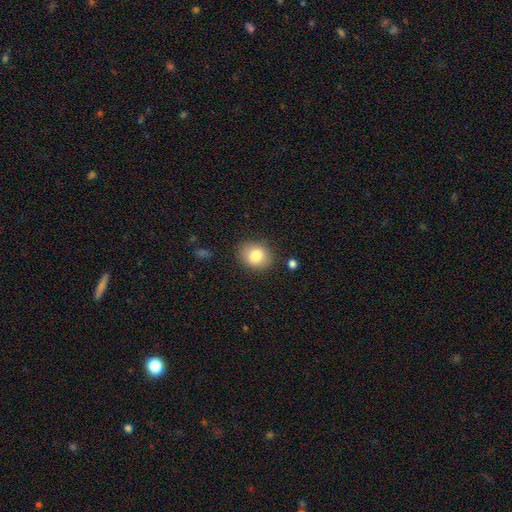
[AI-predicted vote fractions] smooth_or_featured: smooth (p=0.81) [alt: featured or disk p=0.10]
how_rounded: round (p=0.66) [alt: in between p=0.33]
merging: none (p=0.85) [alt: minor disturbance p=0.10]